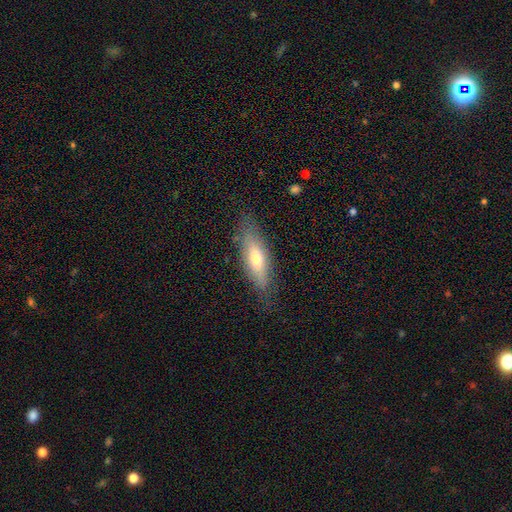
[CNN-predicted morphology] Q: Smooth or featured?
A: smooth (59%); runner-up: featured or disk (34%)
Q: How rounded?
A: cigar-shaped (50%); runner-up: in between (48%)
Q: Merging?
A: none (80%); runner-up: minor disturbance (15%)